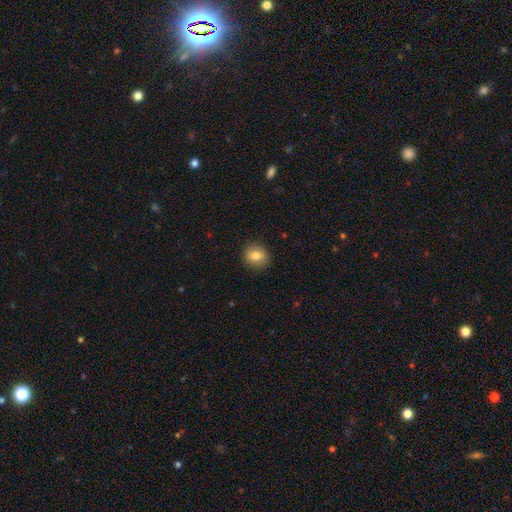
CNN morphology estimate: type=smooth (80%); roundness=round (81%); merging=none (89%).